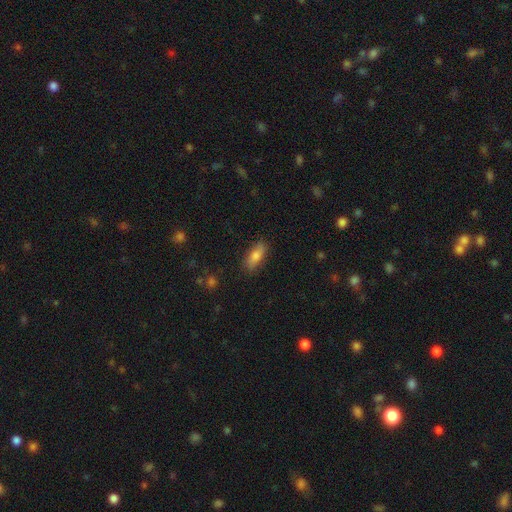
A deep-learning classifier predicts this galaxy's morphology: Smooth or featured: smooth — 78% (featured or disk — 15%)
How rounded: in between — 76% (cigar-shaped — 21%)
Merging: none — 83% (minor disturbance — 13%)